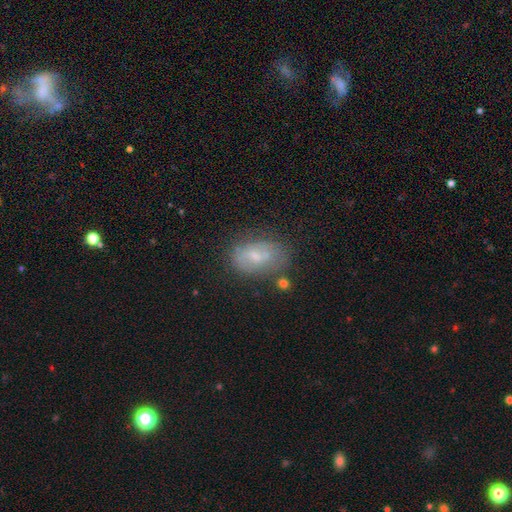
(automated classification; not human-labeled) Smooth or featured: smooth — 49% (featured or disk — 41%)
Merging: none — 62% (minor disturbance — 23%)